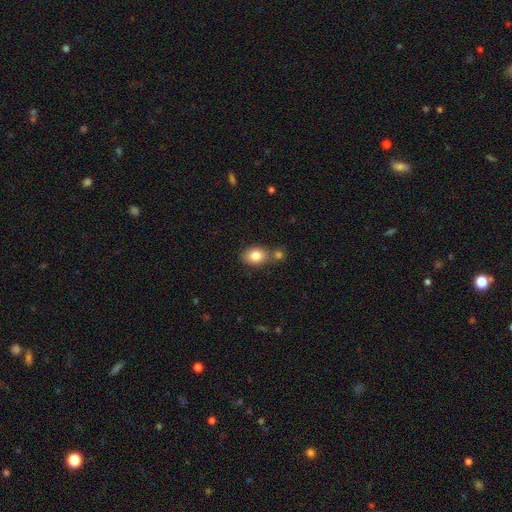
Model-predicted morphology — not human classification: Smooth or featured? Predicted: smooth (p=0.81). How rounded? Predicted: in between (p=0.72). Merging? Predicted: none (p=0.62).